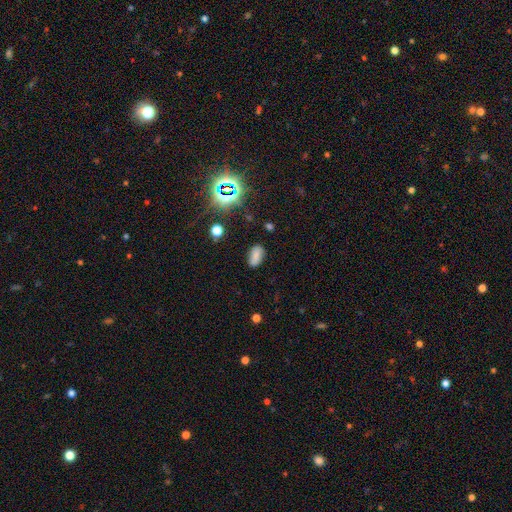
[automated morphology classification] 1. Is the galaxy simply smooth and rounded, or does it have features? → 70% smooth, 18% star or artifact, 13% featured or disk.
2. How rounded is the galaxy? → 89% in between, 7% round, 4% cigar-shaped.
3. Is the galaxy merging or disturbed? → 78% none, 16% minor disturbance, 4% major disturbance, 3% merger.